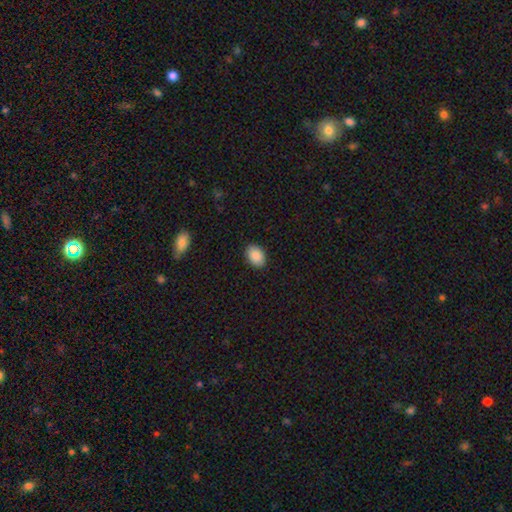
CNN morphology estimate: Overall: smooth (89%). How rounded: in between (83%). Merging: none (90%).